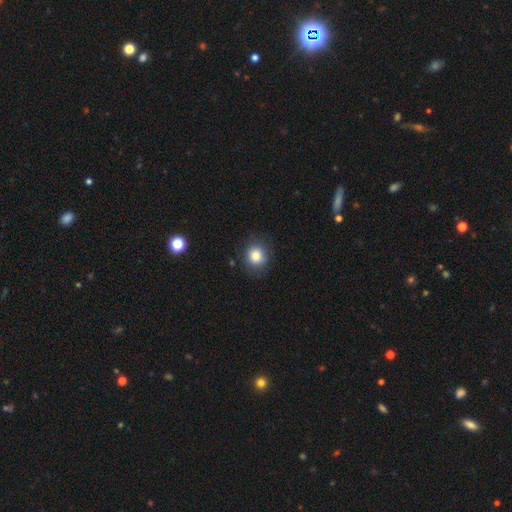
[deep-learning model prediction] This appears to be a smooth galaxy with no disk features (83%) that is round (78%). Merging: none (82%).